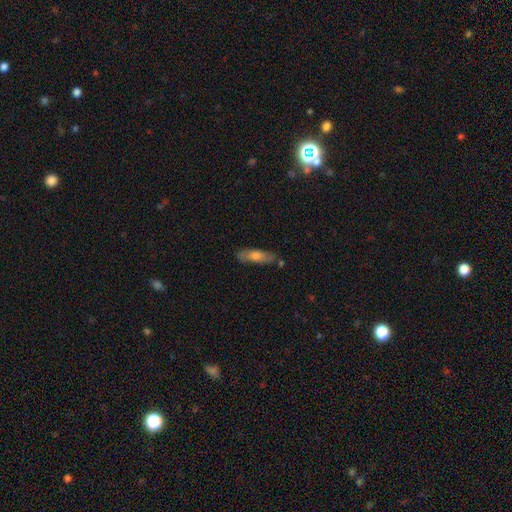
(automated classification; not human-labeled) smooth-or-featured: smooth: 57% | featured or disk: 34% | star or artifact: 9%
  how-rounded: cigar-shaped: 66% | in between: 32% | round: 3%
  merging: none: 81% | minor disturbance: 13% | merger: 3% | major disturbance: 3%